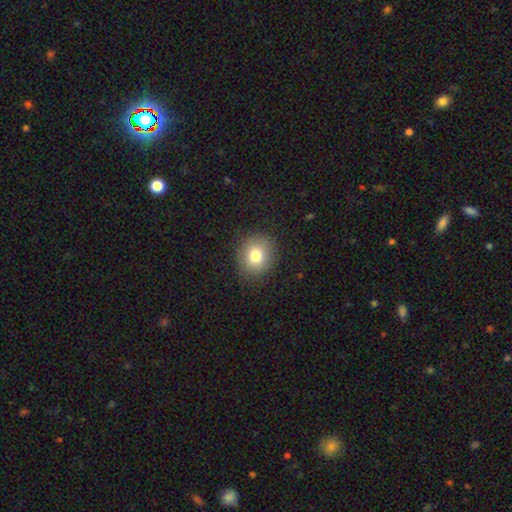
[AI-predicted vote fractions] Smooth or featured?
  - smooth: 79% *
  - star or artifact: 11%
  - featured or disk: 10%
How rounded?
  - round: 72% *
  - in between: 27%
  - cigar-shaped: 1%
Merging?
  - none: 87% *
  - minor disturbance: 9%
  - major disturbance: 3%
  - merger: 1%